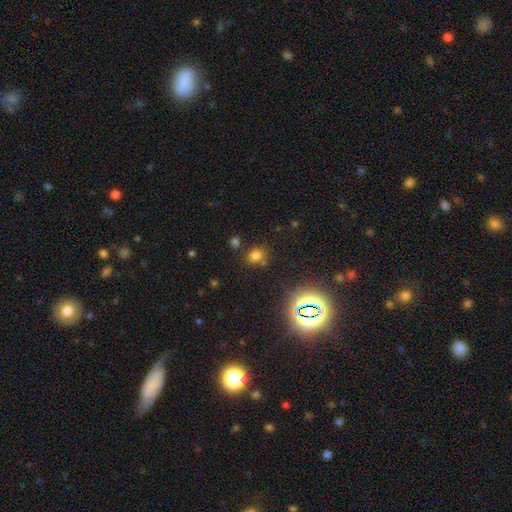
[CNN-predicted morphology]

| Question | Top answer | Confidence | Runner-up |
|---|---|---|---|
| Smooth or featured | smooth | 69% | star or artifact (24%) |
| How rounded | round | 69% | in between (30%) |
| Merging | none | 74% | minor disturbance (13%) |